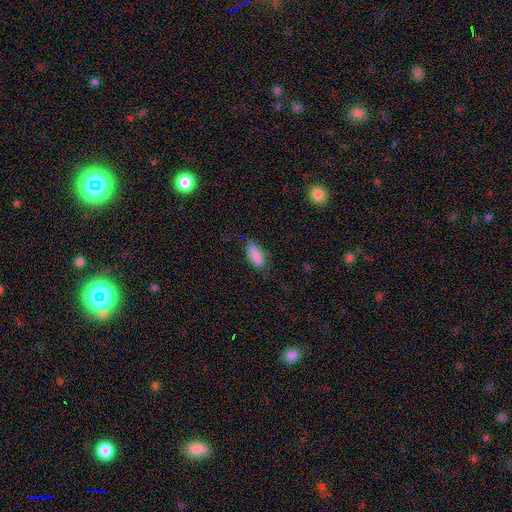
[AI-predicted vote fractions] The model was most divided on "merging": none: 73%, minor disturbance: 21%, major disturbance: 5%, merger: 2%. More confident: smooth or featured — smooth (87%); how rounded — in between (77%).